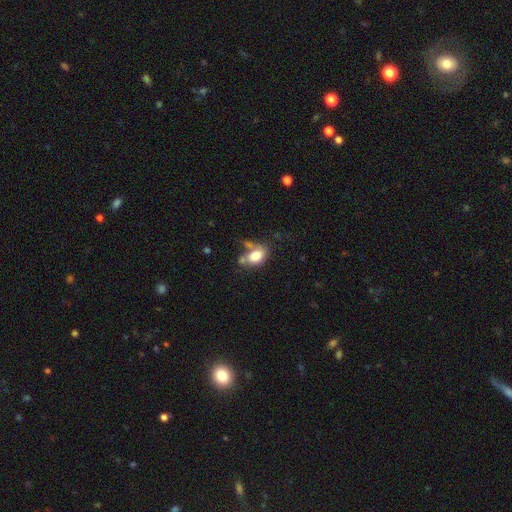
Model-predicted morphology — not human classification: The model was most divided on "merging": none: 44%, merger: 24%, minor disturbance: 21%, major disturbance: 11%. More confident: how rounded — in between (82%); smooth or featured — smooth (77%).